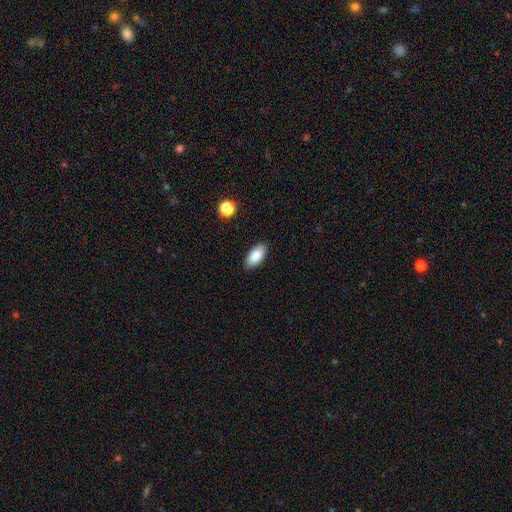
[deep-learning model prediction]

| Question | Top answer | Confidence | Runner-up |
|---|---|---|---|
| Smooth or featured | smooth | 87% | star or artifact (7%) |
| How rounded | in between | 92% | cigar-shaped (6%) |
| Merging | none | 89% | minor disturbance (8%) |